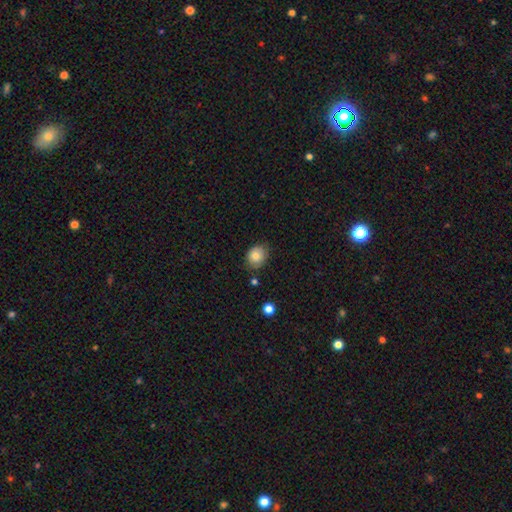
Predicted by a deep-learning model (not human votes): Overall: smooth (79%). How rounded: round (61%; in between 38%). Merging: none (74%).